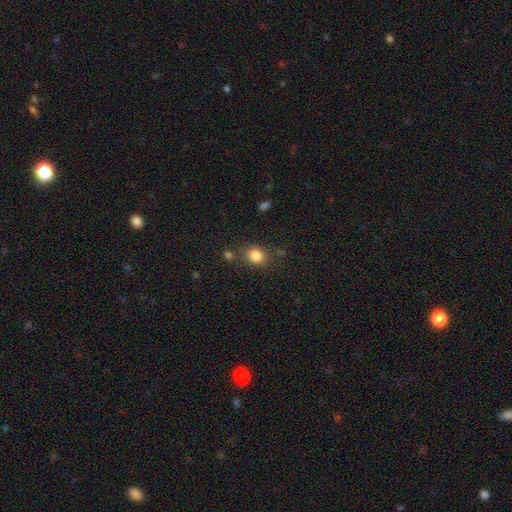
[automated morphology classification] A smooth galaxy with no disk features (83%) that is round (66%).

Vote fractions:
- Smooth or featured? smooth: 83% / star or artifact: 11% / featured or disk: 6%
- How rounded? round: 66% / in between: 33% / cigar-shaped: 1%
- Merging? none: 76% / minor disturbance: 13% / merger: 7% / major disturbance: 5%